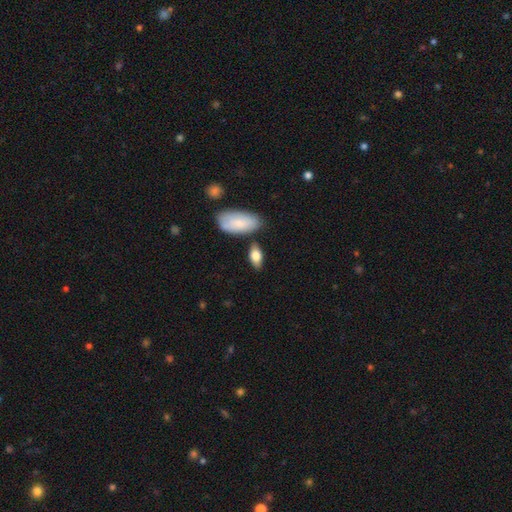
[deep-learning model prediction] Q: Smooth or featured?
A: smooth (77%); runner-up: featured or disk (17%)
Q: How rounded?
A: in between (87%); runner-up: cigar-shaped (9%)
Q: Merging?
A: none (72%); runner-up: minor disturbance (16%)